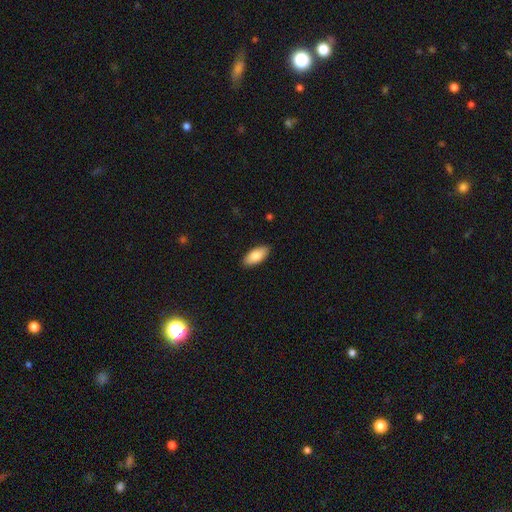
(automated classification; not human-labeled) smooth_or_featured: smooth (p=0.84) [alt: featured or disk p=0.10]
how_rounded: in between (p=0.90) [alt: cigar-shaped p=0.08]
merging: none (p=0.89) [alt: minor disturbance p=0.08]